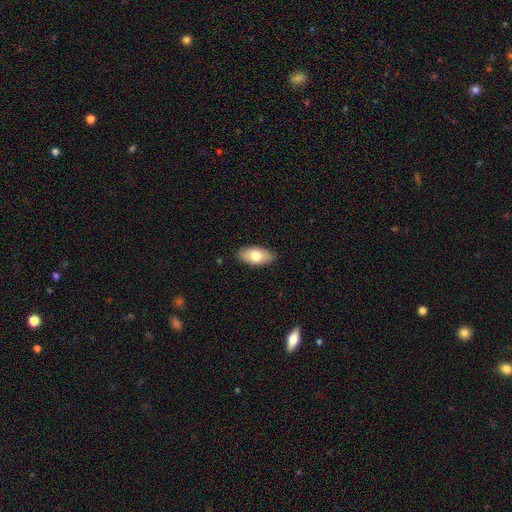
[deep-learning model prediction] Morphology: type=smooth (76%); roundness=in between (93%); merging=none (87%).